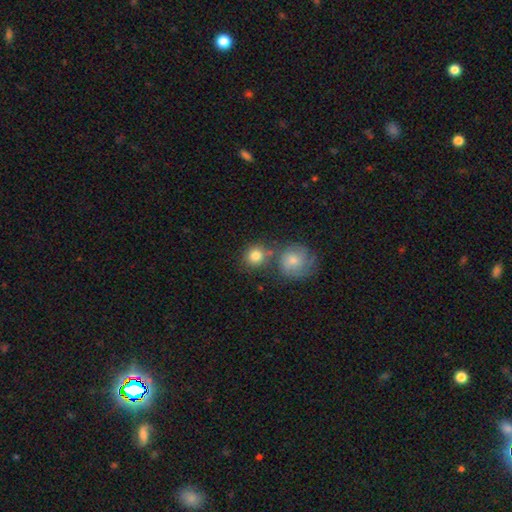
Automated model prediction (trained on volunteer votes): Overall: smooth (79%). How rounded: round (85%). Merging: none (62%).